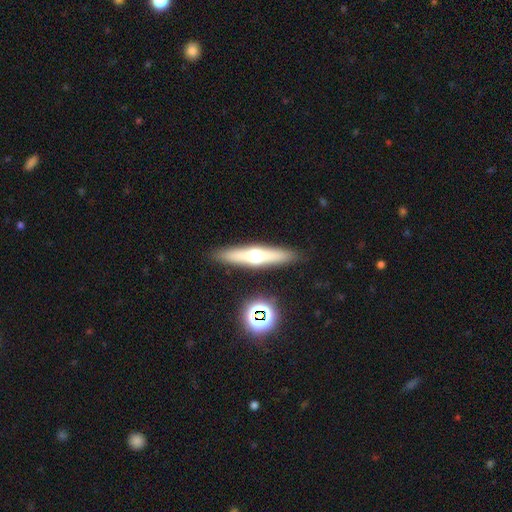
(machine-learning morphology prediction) Smooth or featured? featured or disk (54%)
Edge-on disk? yes (92%)
Merging? none (90%)